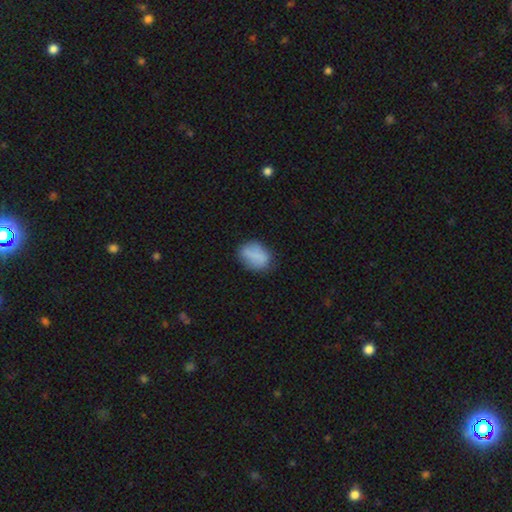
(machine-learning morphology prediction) Overall: smooth (77%). How rounded: in between (71%). Merging: none (69%).